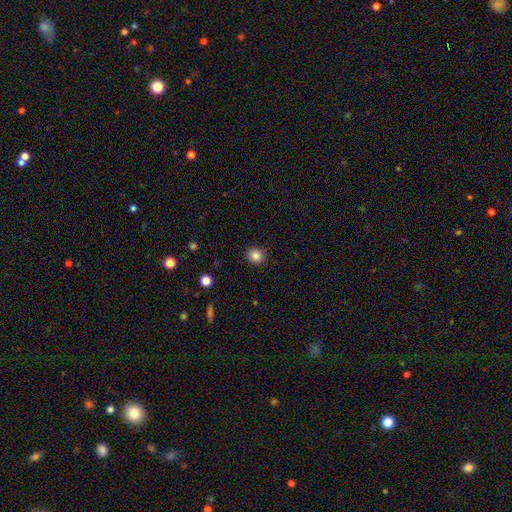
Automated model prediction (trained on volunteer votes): smooth-or-featured: smooth: 85% | star or artifact: 11% | featured or disk: 4%
  how-rounded: round: 83% | in between: 16% | cigar-shaped: 1%
  merging: none: 90% | minor disturbance: 7% | major disturbance: 2% | merger: 1%